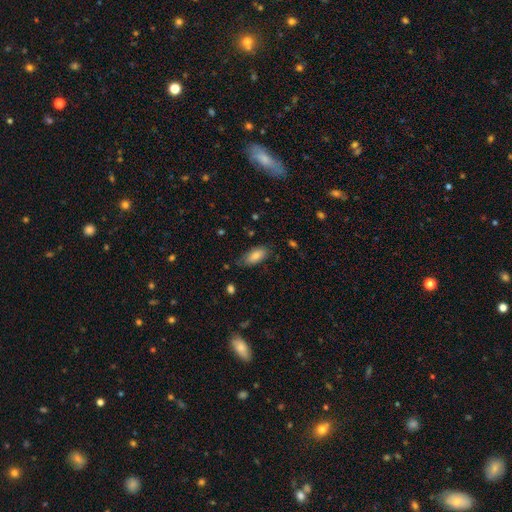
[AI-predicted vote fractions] smooth_or_featured: smooth (p=0.83) [alt: featured or disk p=0.10]
how_rounded: in between (p=0.87) [alt: cigar-shaped p=0.11]
merging: none (p=0.72) [alt: minor disturbance p=0.22]